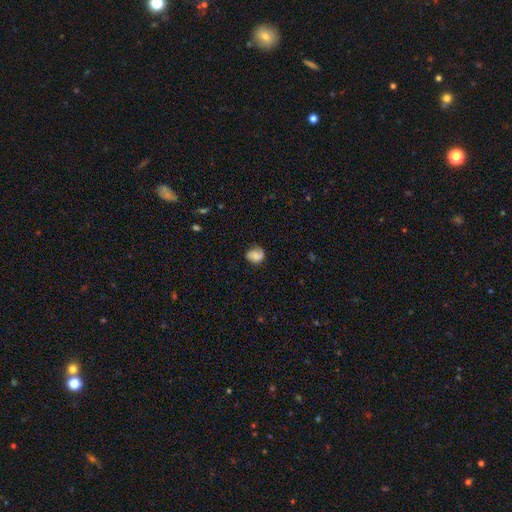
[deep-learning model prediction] Smooth or featured? Predicted: smooth (p=0.55). How rounded? Predicted: round (p=0.66). Merging? Predicted: none (p=0.64).